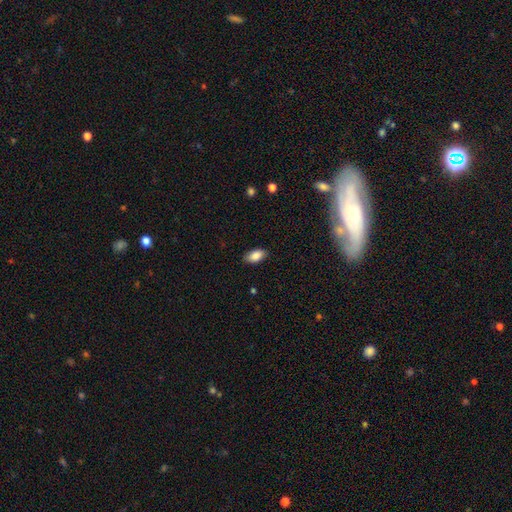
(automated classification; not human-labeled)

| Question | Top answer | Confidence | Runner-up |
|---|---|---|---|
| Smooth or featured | smooth | 87% | star or artifact (7%) |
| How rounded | in between | 92% | cigar-shaped (4%) |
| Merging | none | 87% | minor disturbance (10%) |